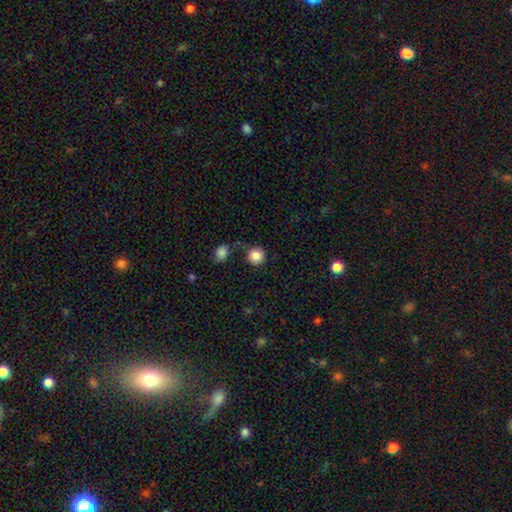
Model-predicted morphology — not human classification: This is clearly a smooth galaxy (86%). How rounded: clearly round (93%). Merging: likely none (76%).